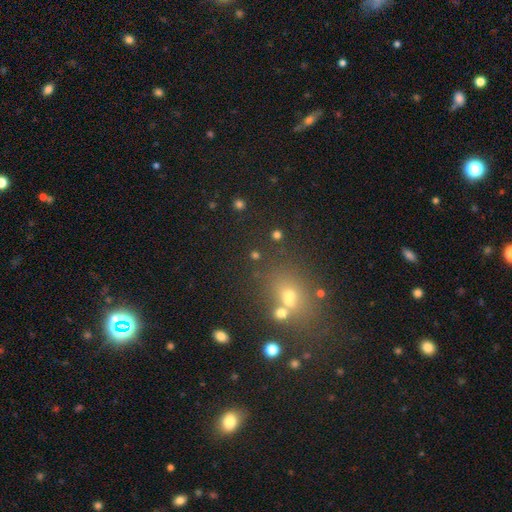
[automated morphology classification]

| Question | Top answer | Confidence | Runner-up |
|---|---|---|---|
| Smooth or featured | smooth | 47% | star or artifact (38%) |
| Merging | none | 57% | merger (24%) |